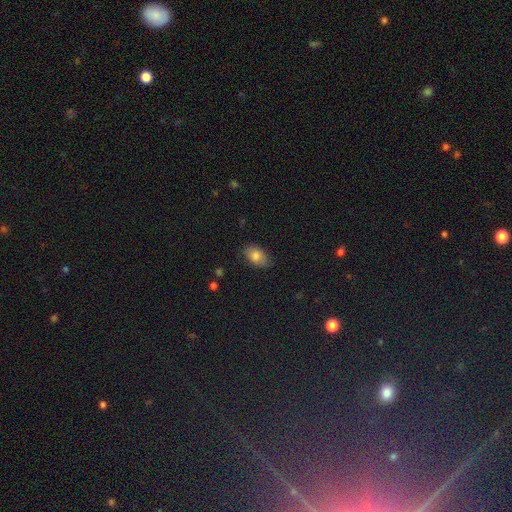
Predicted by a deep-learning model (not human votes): Smooth or featured?
  - smooth: 82% *
  - featured or disk: 9%
  - star or artifact: 9%
How rounded?
  - in between: 89% *
  - round: 9%
  - cigar-shaped: 2%
Merging?
  - none: 79% *
  - minor disturbance: 16%
  - major disturbance: 3%
  - merger: 1%